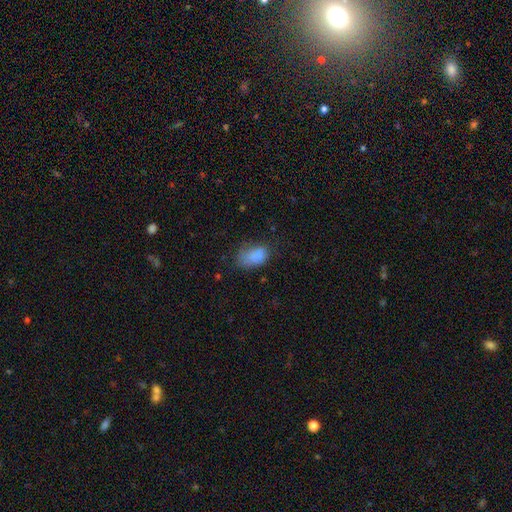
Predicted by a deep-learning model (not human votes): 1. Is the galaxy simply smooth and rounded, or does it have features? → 81% smooth, 10% star or artifact, 8% featured or disk.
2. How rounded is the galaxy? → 90% in between, 8% round, 2% cigar-shaped.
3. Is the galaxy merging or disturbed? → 45% none, 33% minor disturbance, 20% major disturbance, 3% merger.